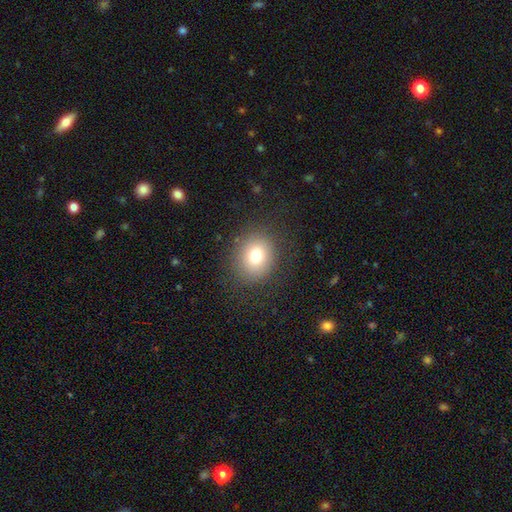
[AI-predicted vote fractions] The model was most divided on "how rounded": round: 73%, in between: 26%, cigar-shaped: 1%. More confident: merging — none (85%); smooth or featured — smooth (76%).